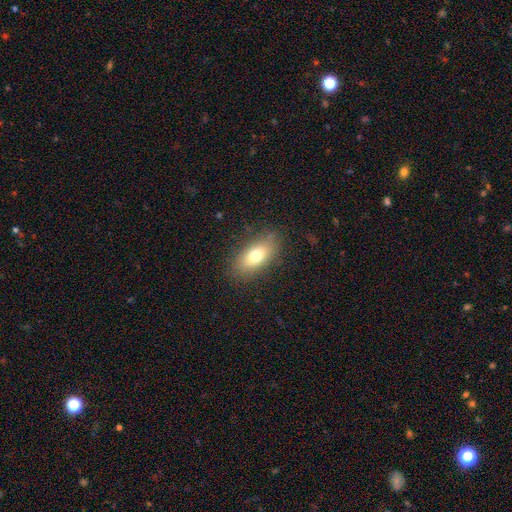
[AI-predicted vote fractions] Smooth or featured? smooth (73%)
How rounded? in between (85%)
Merging? none (83%)